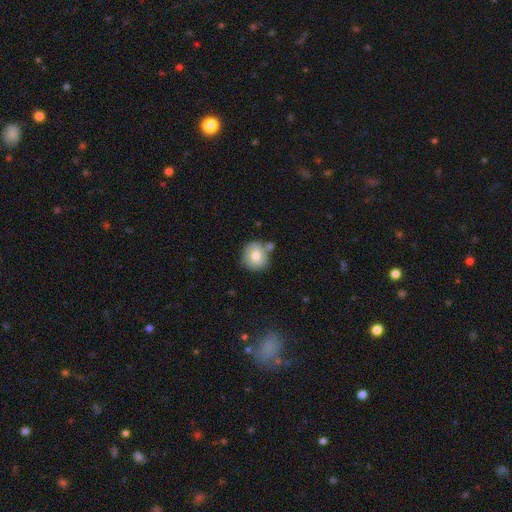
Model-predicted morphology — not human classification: A smooth galaxy with no disk features (71%) that is round (81%).

Vote fractions:
- Smooth or featured? smooth: 71% / featured or disk: 22% / star or artifact: 8%
- How rounded? round: 81% / in between: 18% / cigar-shaped: 1%
- Merging? none: 65% / minor disturbance: 17% / merger: 13% / major disturbance: 4%